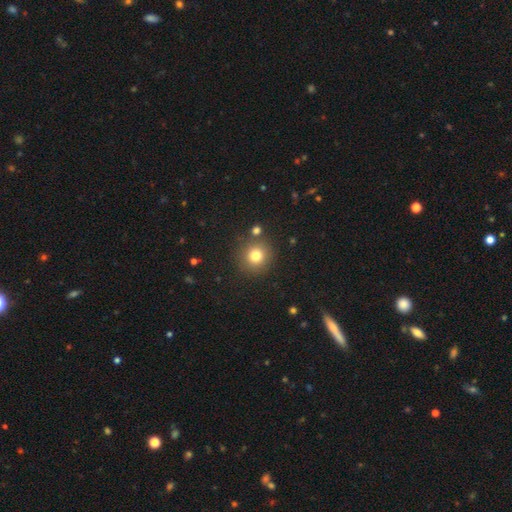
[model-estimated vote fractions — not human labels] smooth 79%, star or artifact 13%, featured or disk 8%. Down the decision tree: how rounded — round (92%); merging — none (85%).